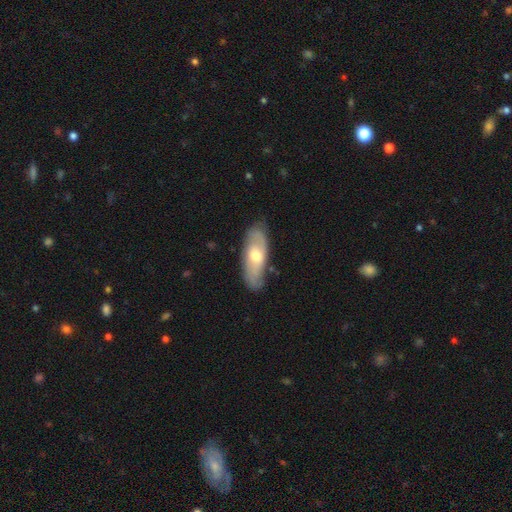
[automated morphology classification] A featured or disk galaxy (52%). Merging: none (79%).